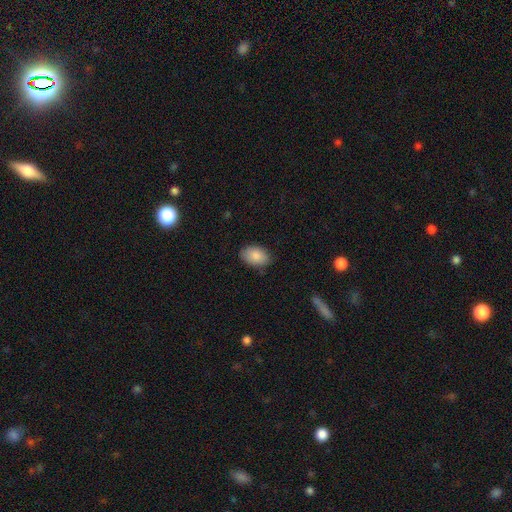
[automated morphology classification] smooth-or-featured: smooth: 87% | star or artifact: 7% | featured or disk: 6%
  how-rounded: in between: 90% | round: 8% | cigar-shaped: 1%
  merging: none: 84% | minor disturbance: 13% | major disturbance: 3% | merger: 1%